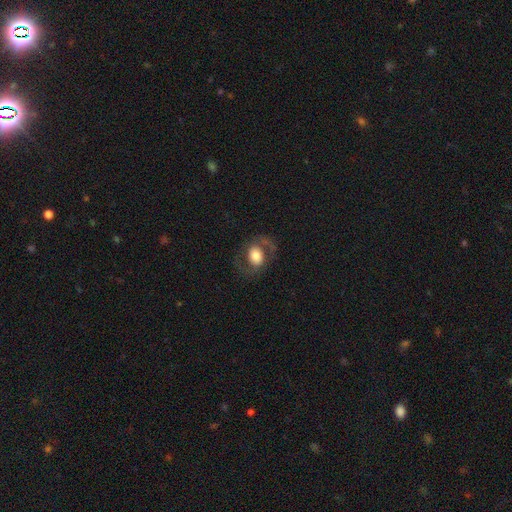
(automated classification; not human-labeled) This is possibly a featured or disk galaxy (50%). Merging: likely none (69%).